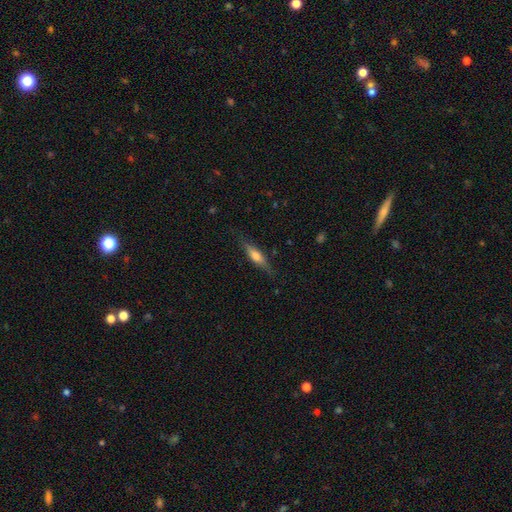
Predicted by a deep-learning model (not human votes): smooth-or-featured: smooth: 48% | featured or disk: 45% | star or artifact: 6%
  merging: none: 80% | minor disturbance: 15% | major disturbance: 4% | merger: 1%